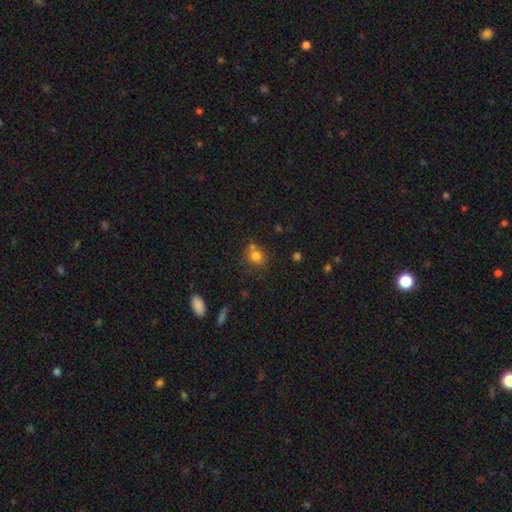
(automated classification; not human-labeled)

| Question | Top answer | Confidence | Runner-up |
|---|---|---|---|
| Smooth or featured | smooth | 78% | star or artifact (13%) |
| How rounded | round | 71% | in between (28%) |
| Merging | none | 58% | merger (23%) |